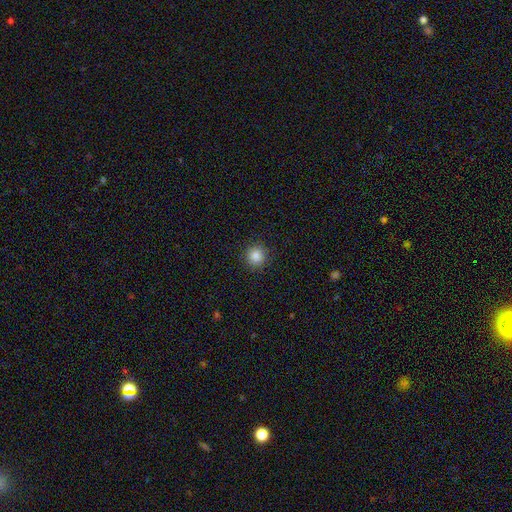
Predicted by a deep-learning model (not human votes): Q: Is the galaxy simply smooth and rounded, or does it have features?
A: smooth — 85%.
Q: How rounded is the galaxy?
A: round — 94%.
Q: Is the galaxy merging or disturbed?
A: none — 92%.